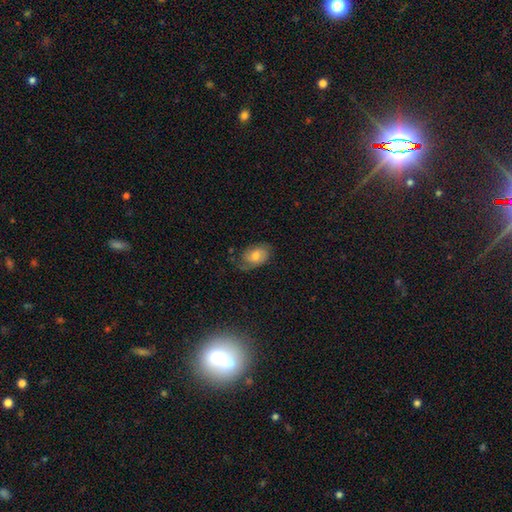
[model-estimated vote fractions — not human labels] smooth-or-featured: featured or disk: 52% | smooth: 36% | star or artifact: 12%
  disk-edge-on: no: 95% | yes: 5%
  merging: none: 59% | minor disturbance: 25% | major disturbance: 14% | merger: 2%